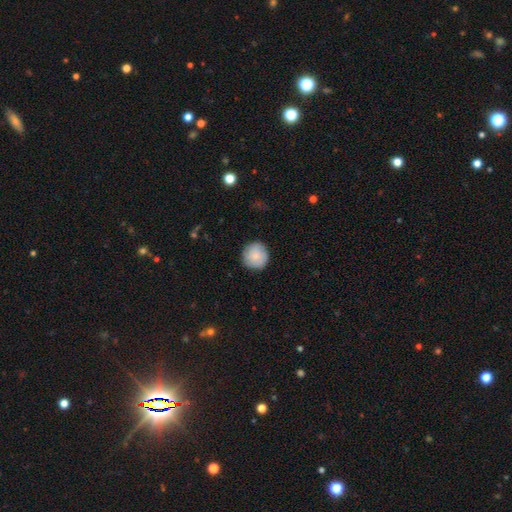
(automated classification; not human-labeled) This appears to be a smooth galaxy with no disk features (79%) that is round (94%). Merging: none (85%).